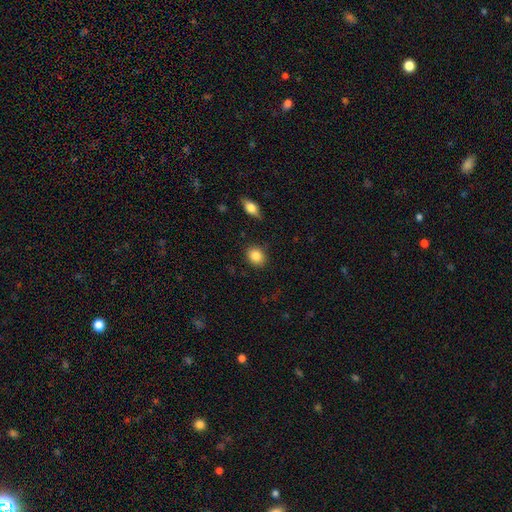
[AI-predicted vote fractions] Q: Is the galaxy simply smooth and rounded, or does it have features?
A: smooth — 86%.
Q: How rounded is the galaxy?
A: round — 60%.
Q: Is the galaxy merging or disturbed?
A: none — 88%.